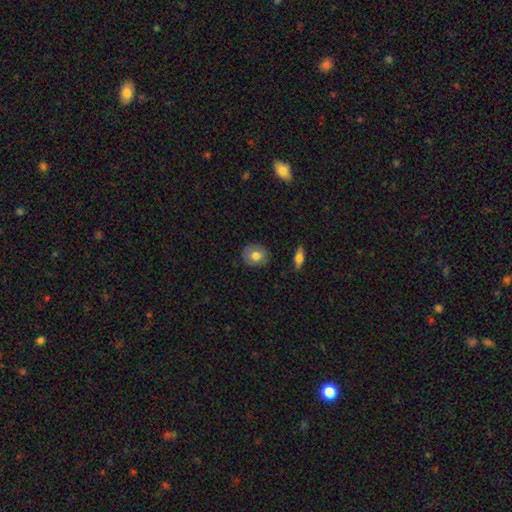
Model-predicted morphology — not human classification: This is likely a smooth galaxy (73%). How rounded: clearly round (81%). Merging: clearly none (81%).